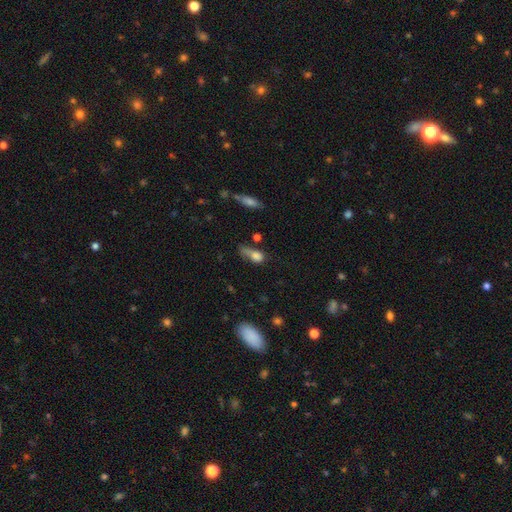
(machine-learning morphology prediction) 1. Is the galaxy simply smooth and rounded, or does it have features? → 72% smooth, 16% featured or disk, 12% star or artifact.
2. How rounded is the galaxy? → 67% in between, 23% round, 10% cigar-shaped.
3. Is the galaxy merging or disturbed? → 31% major disturbance, 28% none, 24% minor disturbance, 17% merger.